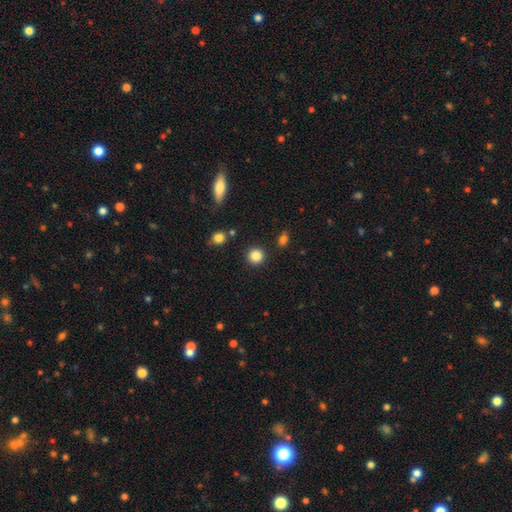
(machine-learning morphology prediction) Smooth or featured? Predicted: smooth (p=0.85). How rounded? Predicted: round (p=0.93). Merging? Predicted: none (p=0.90).